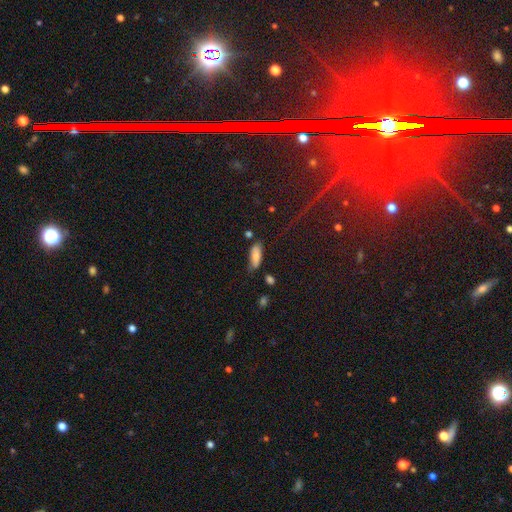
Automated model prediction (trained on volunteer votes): Smooth or featured?
  - smooth: 79% *
  - featured or disk: 13%
  - star or artifact: 8%
How rounded?
  - in between: 72% *
  - cigar-shaped: 26%
  - round: 2%
Merging?
  - none: 63% *
  - minor disturbance: 27%
  - major disturbance: 6%
  - merger: 4%